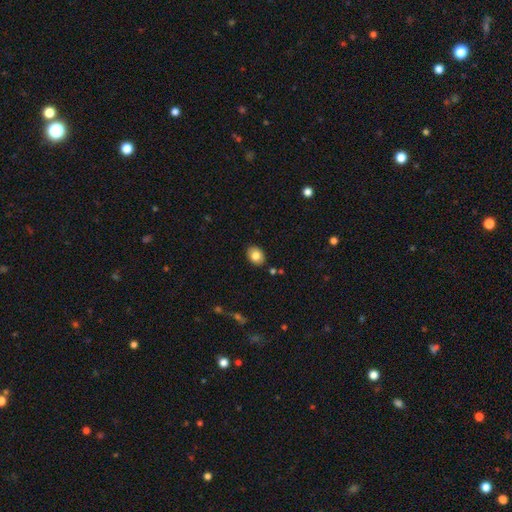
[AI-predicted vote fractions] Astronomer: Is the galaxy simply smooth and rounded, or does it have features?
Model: smooth — 82%.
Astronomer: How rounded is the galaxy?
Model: in between — 65%.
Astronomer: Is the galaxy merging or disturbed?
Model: none — 88%.